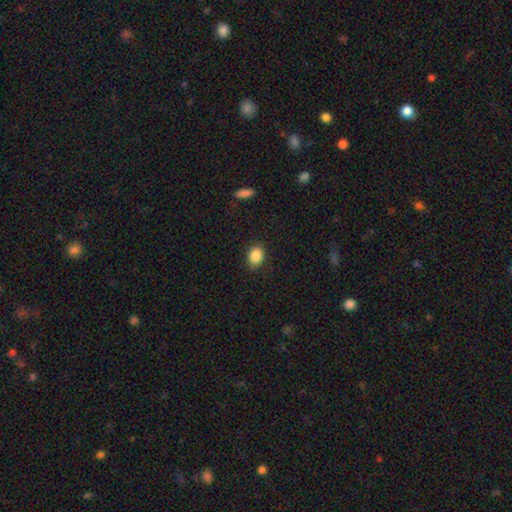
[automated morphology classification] Smooth or featured? smooth (86%)
How rounded? in between (66%)
Merging? none (85%)